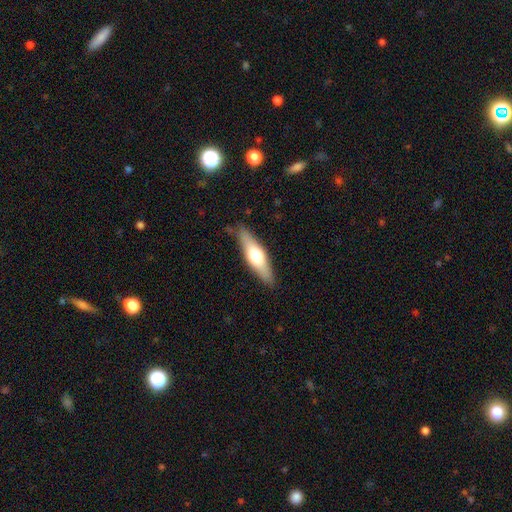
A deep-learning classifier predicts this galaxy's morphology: Q: Smooth or featured?
A: smooth (50%); runner-up: featured or disk (45%)
Q: Merging?
A: none (85%); runner-up: minor disturbance (11%)